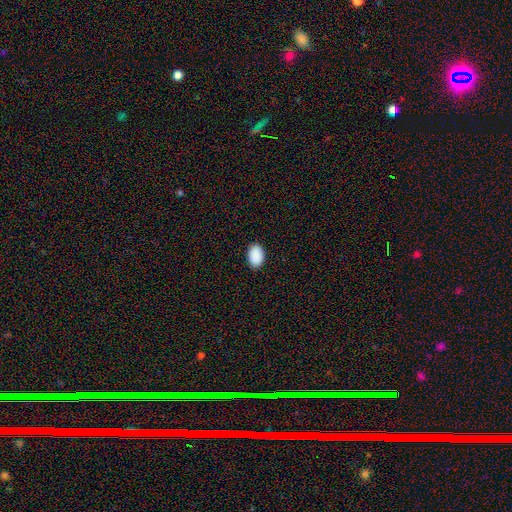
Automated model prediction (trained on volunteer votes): Smooth or featured: smooth — 91% (star or artifact — 7%)
How rounded: in between — 88% (round — 11%)
Merging: none — 90% (minor disturbance — 8%)